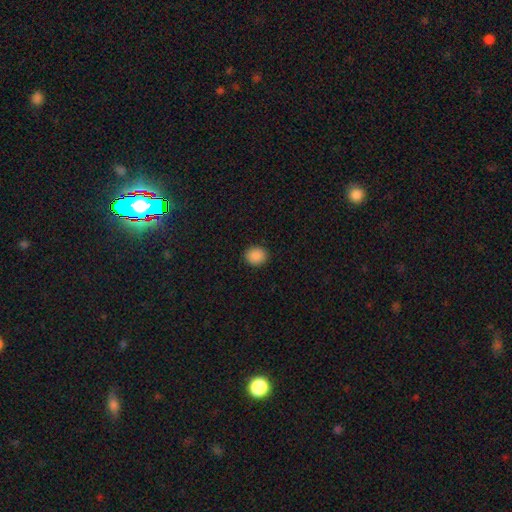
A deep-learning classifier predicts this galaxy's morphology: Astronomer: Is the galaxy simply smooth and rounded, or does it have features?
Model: smooth — 89%.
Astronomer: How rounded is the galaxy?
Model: round — 75%.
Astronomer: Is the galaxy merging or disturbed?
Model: none — 91%.